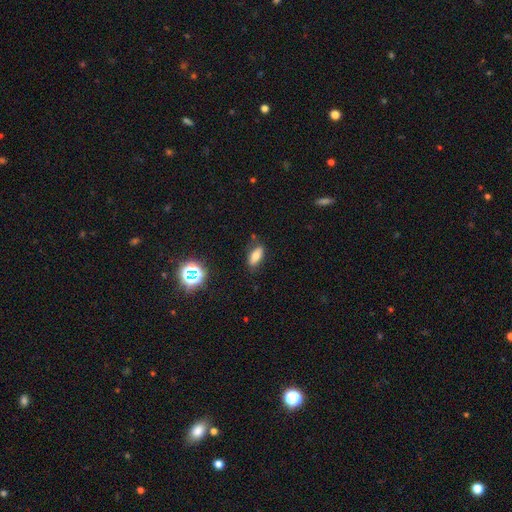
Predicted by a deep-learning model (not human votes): smooth 70%, featured or disk 16%, star or artifact 14%. Down the decision tree: how rounded — in between (82%); merging — none (79%).